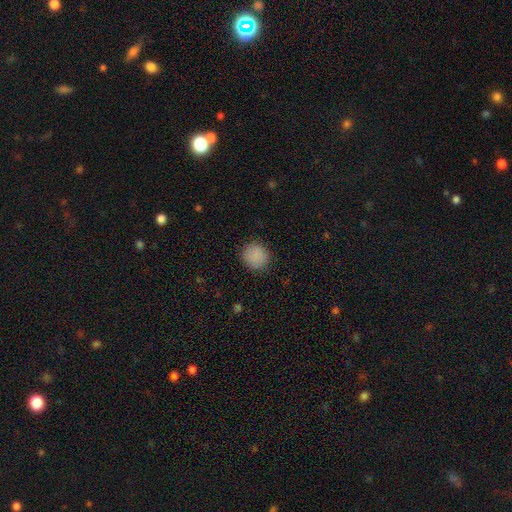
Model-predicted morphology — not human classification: Smooth or featured? smooth (87%)
How rounded? round (88%)
Merging? none (87%)